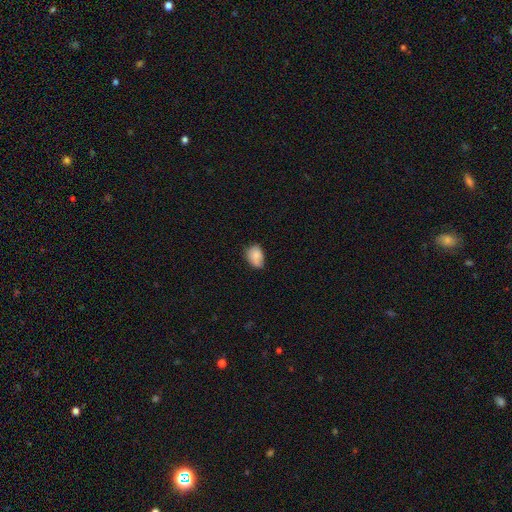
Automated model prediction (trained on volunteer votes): Smooth or featured? Predicted: smooth (p=0.80). How rounded? Predicted: in between (p=0.80). Merging? Predicted: none (p=0.52).